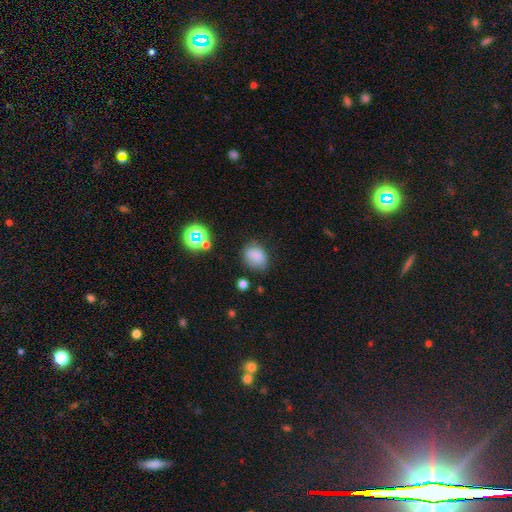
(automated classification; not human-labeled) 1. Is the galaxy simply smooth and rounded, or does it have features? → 79% smooth, 13% star or artifact, 8% featured or disk.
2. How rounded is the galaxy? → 56% in between, 43% round, 1% cigar-shaped.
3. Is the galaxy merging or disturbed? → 64% none, 25% minor disturbance, 8% major disturbance, 3% merger.